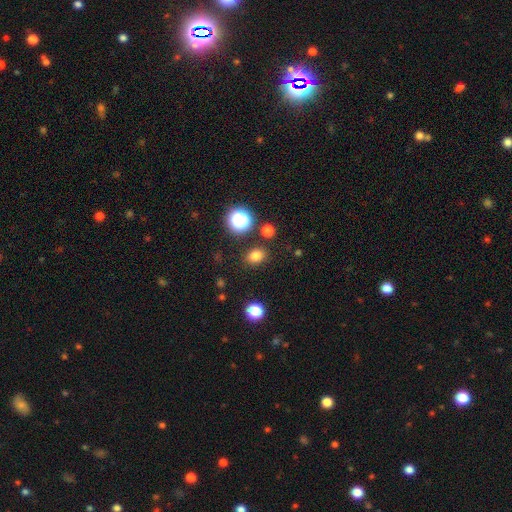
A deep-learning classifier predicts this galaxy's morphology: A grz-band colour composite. It shows a smooth galaxy with no disk features (79%) that is in between round and cigar-shaped (57%). Merging: none (83%).